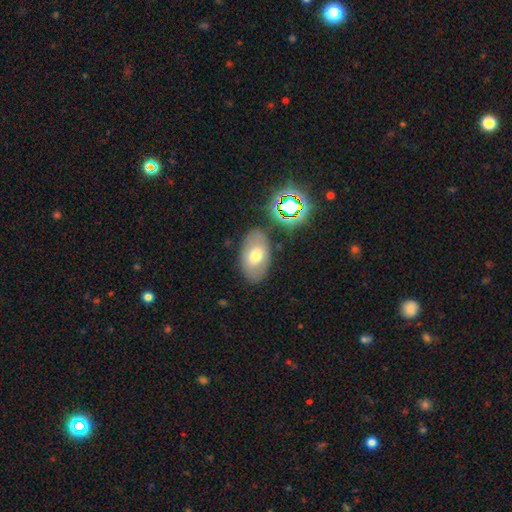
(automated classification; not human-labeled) This appears to be a smooth galaxy with no disk features (64%) that is in between round and cigar-shaped (91%). Merging: none (78%).